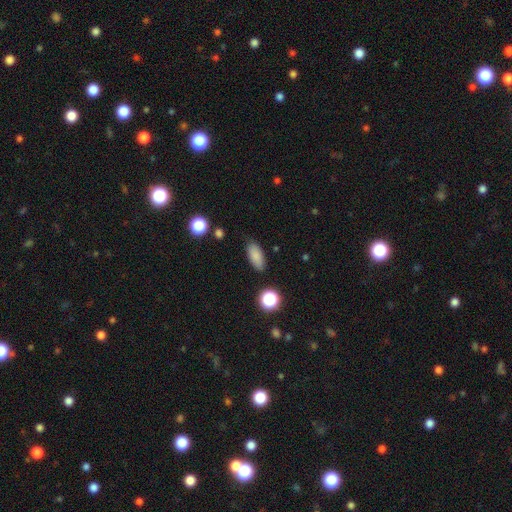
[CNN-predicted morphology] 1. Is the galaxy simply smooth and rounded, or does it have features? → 85% smooth, 9% star or artifact, 6% featured or disk.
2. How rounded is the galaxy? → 85% in between, 11% cigar-shaped, 4% round.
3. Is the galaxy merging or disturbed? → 85% none, 10% minor disturbance, 3% major disturbance, 2% merger.